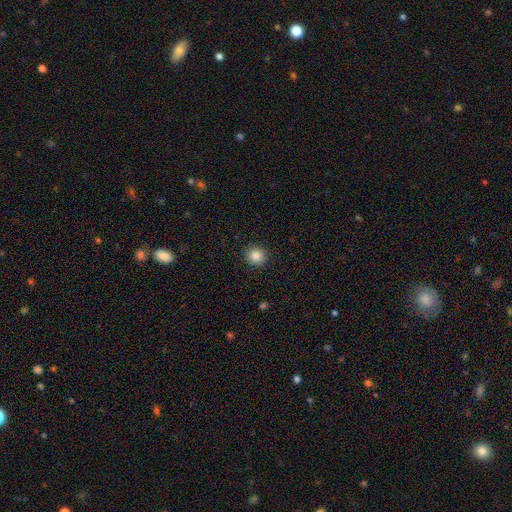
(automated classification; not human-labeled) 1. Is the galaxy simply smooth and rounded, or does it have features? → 85% smooth, 10% star or artifact, 4% featured or disk.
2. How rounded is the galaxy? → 93% round, 6% in between, 1% cigar-shaped.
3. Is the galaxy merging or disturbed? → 92% none, 5% minor disturbance, 2% major disturbance, 1% merger.